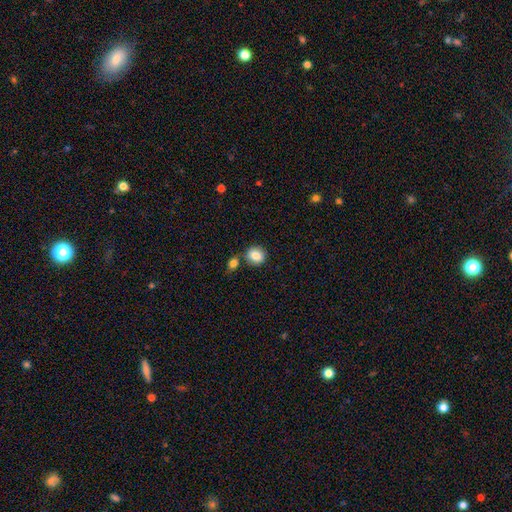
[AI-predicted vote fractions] smooth-or-featured: smooth: 85% | star or artifact: 9% | featured or disk: 7%
  how-rounded: round: 80% | in between: 19% | cigar-shaped: 1%
  merging: none: 73% | merger: 14% | minor disturbance: 10% | major disturbance: 3%